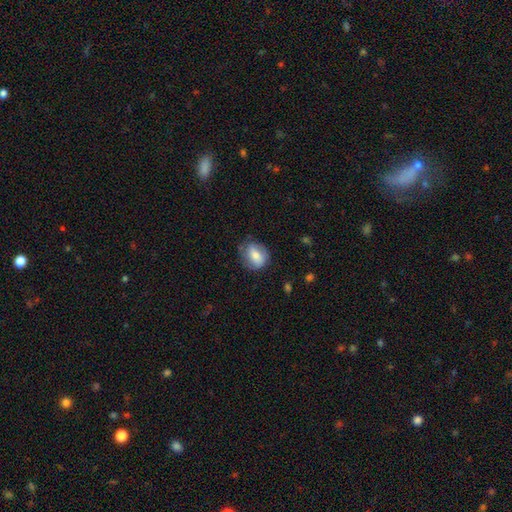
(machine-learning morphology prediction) This is likely a smooth galaxy (65%). How rounded: possibly in between (55%). Merging: likely none (69%).